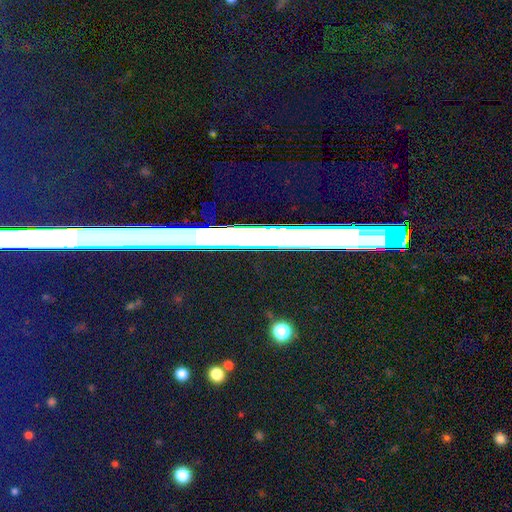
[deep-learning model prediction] The model was most divided on "smooth or featured": star or artifact: 76%, featured or disk: 13%, smooth: 11%.